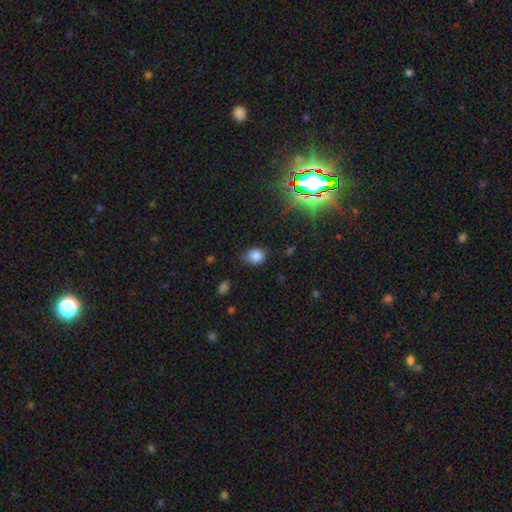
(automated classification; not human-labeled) Smooth or featured: smooth — 81% (star or artifact — 13%)
How rounded: round — 62% (in between — 37%)
Merging: none — 65% (minor disturbance — 27%)